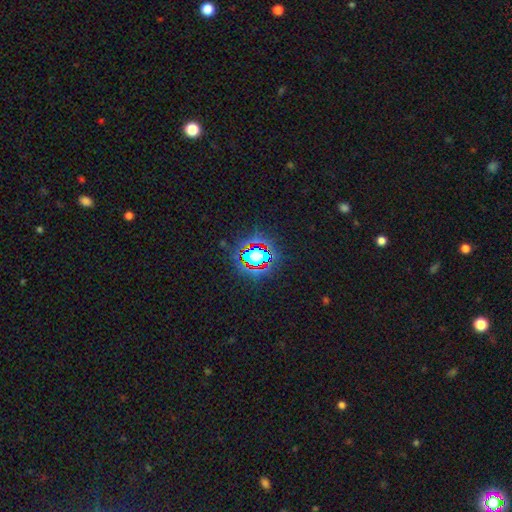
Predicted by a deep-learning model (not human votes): smooth_or_featured: star or artifact (p=0.65) [alt: smooth p=0.22]